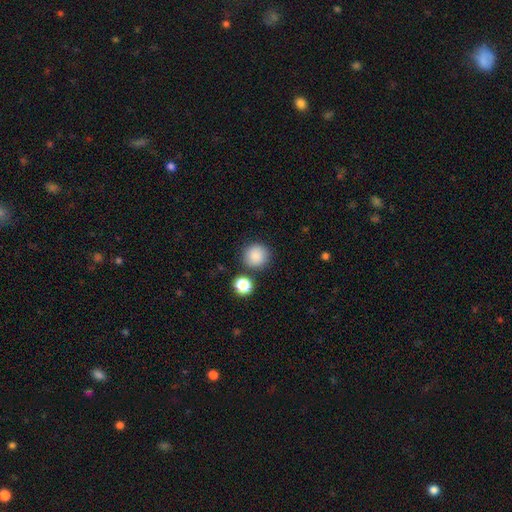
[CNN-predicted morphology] Overall: smooth (87%). How rounded: round (93%). Merging: none (82%).